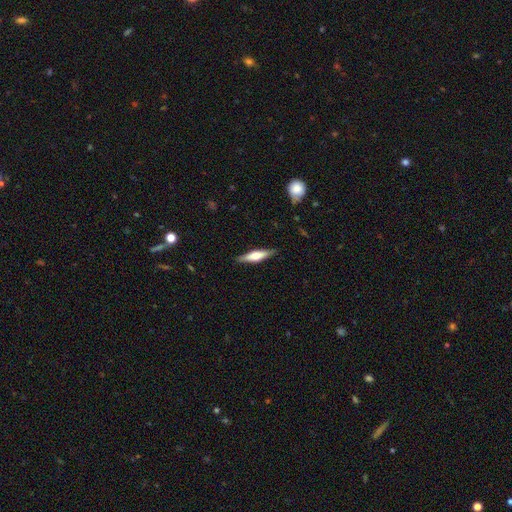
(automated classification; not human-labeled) Overall: featured or disk (48%; smooth 46%). Merging: none (86%).